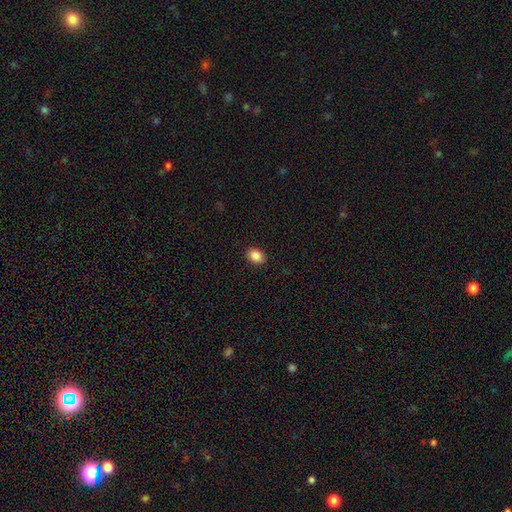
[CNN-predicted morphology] Overall: smooth (88%). How rounded: in between (65%; round 34%). Merging: none (90%).